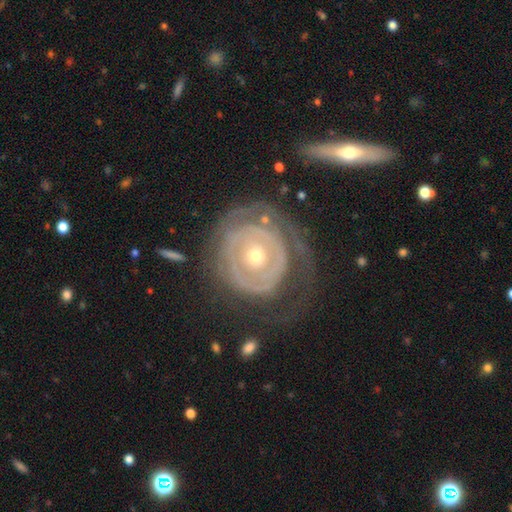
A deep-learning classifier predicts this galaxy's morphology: The model was most divided on "bulge size": small: 49%, moderate: 46%, large: 3%, none: 1%, dominant: 1%. More confident: edge-on disk — no (96%); bar — no (80%); smooth or featured — featured or disk (79%); spiral arms — yes (59%); merging — none (56%).